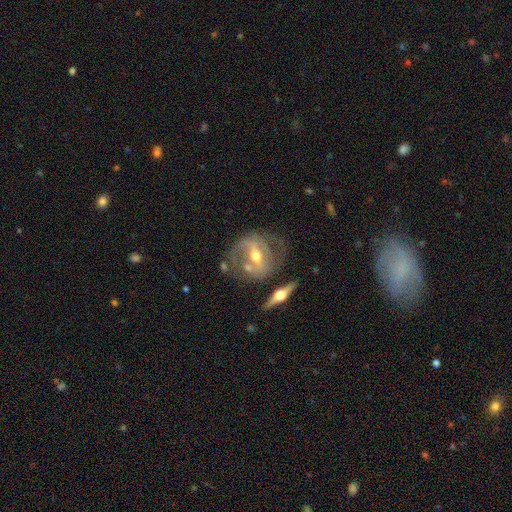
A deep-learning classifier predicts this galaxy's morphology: Q: Smooth or featured?
A: featured or disk (81%); runner-up: smooth (13%)
Q: Edge-on disk?
A: no (90%); runner-up: yes (10%)
Q: Bar?
A: strong (47%); runner-up: weak (35%)
Q: Spiral arms?
A: yes (72%); runner-up: no (28%)
Q: Spiral winding?
A: medium (40%); runner-up: tight (39%)
Q: Spiral arm count?
A: 2 (68%); runner-up: can't tell (19%)
Q: Bulge size?
A: moderate (71%); runner-up: small (24%)
Q: Merging?
A: none (57%); runner-up: minor disturbance (19%)